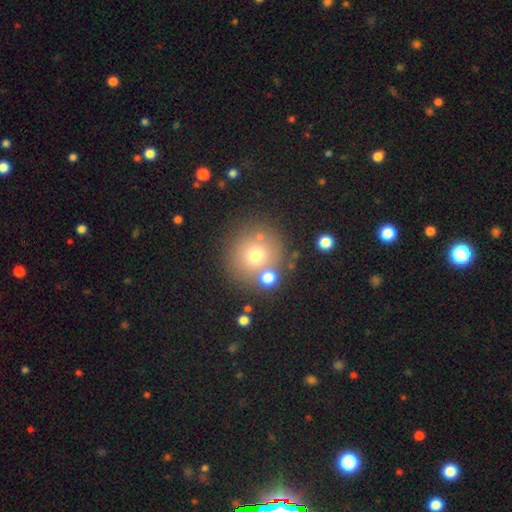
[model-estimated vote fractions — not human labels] smooth-or-featured: smooth: 68% | featured or disk: 16% | star or artifact: 16%
  how-rounded: round: 92% | in between: 7% | cigar-shaped: 1%
  merging: none: 75% | merger: 11% | minor disturbance: 10% | major disturbance: 4%